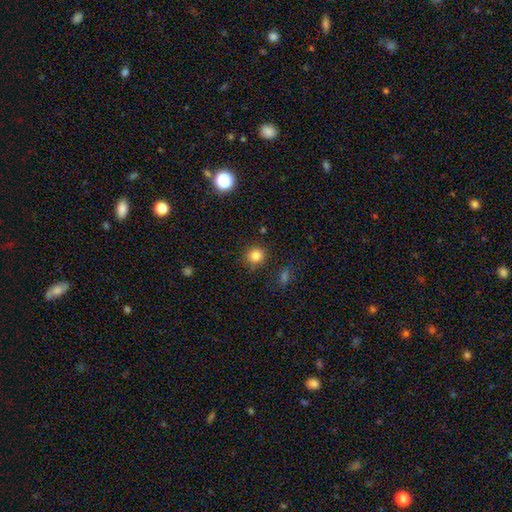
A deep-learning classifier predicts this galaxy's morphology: This appears to be a smooth galaxy with no disk features (83%) that is round (88%). Merging: none (86%).